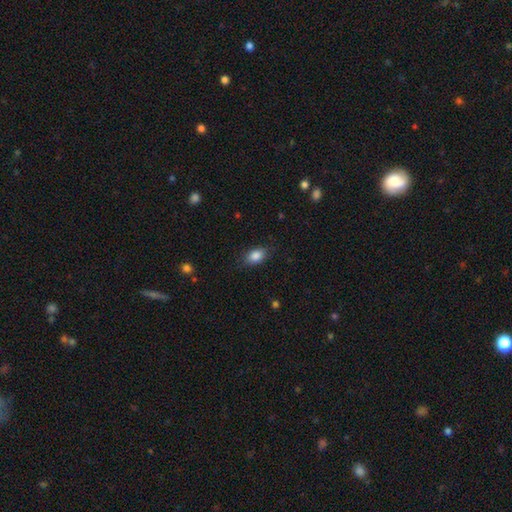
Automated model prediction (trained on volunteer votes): A smooth galaxy with no disk features (86%) that is in between round and cigar-shaped (86%). Merging: none (83%).